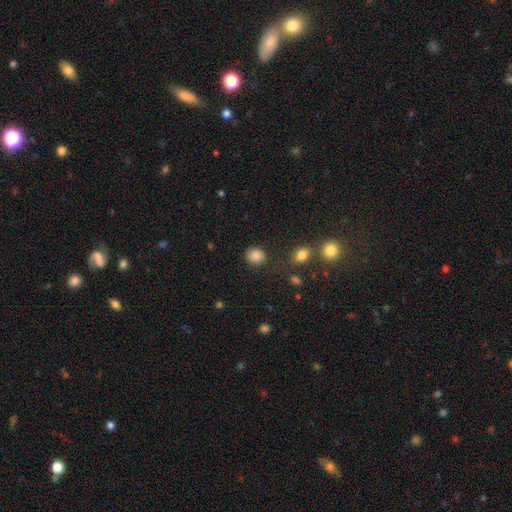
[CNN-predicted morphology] smooth_or_featured: smooth (p=0.86) [alt: star or artifact p=0.10]
how_rounded: round (p=0.73) [alt: in between p=0.26]
merging: none (p=0.83) [alt: minor disturbance p=0.11]